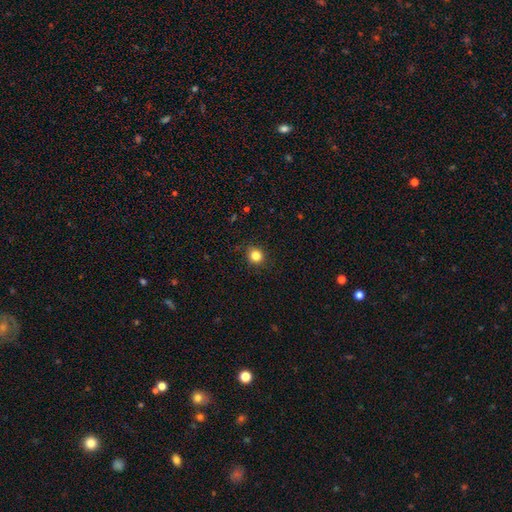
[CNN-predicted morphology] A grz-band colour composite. It shows a smooth galaxy with no disk features (83%) that is round (87%). Merging: none (88%).